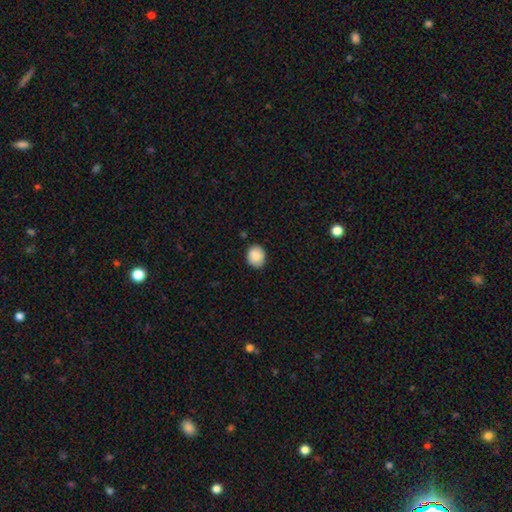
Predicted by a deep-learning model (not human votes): smooth-or-featured: smooth: 86% | star or artifact: 8% | featured or disk: 6%
  how-rounded: round: 69% | in between: 30% | cigar-shaped: 1%
  merging: none: 85% | minor disturbance: 12% | major disturbance: 2% | merger: 1%